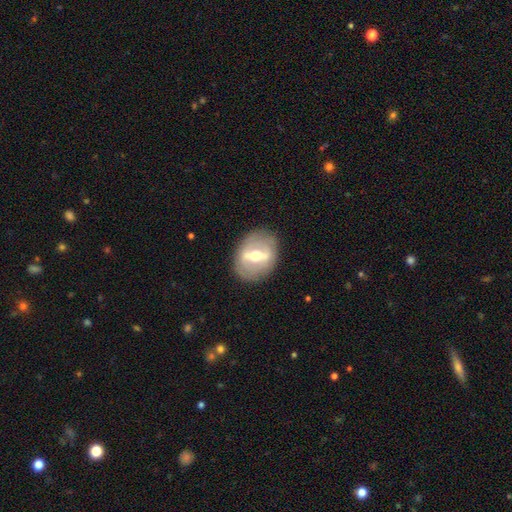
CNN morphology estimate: A featured or disk galaxy (70%) with a strong bar (74%), no spiral arms (83%) and a moderate central bulge (69%). Merging: none (83%).